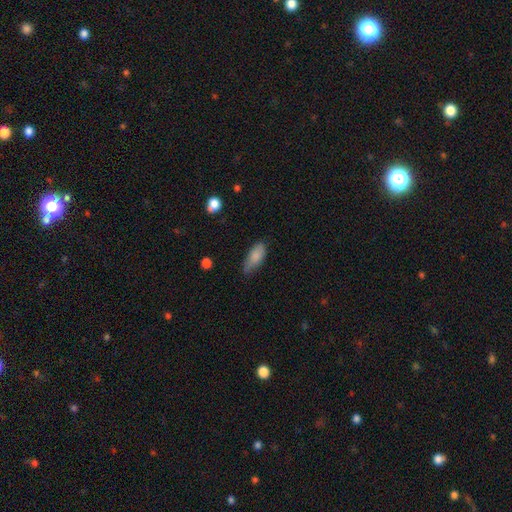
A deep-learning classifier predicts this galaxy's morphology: A smooth galaxy with no disk features (84%) that is in between round and cigar-shaped (82%). Merging: none (53%).